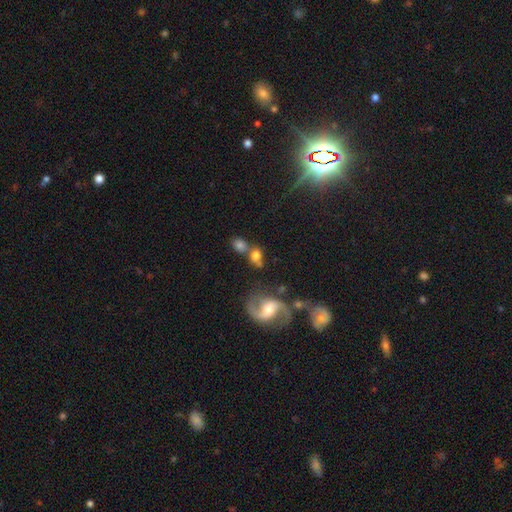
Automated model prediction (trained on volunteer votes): A smooth galaxy with no disk features (63%) that is round (56%). Merging: none (47%).